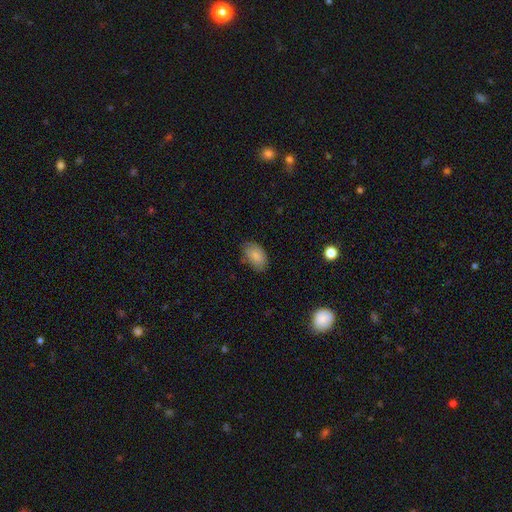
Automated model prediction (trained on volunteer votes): The model was most divided on "merging": none: 72%, minor disturbance: 22%, major disturbance: 4%, merger: 1%. More confident: how rounded — in between (91%); smooth or featured — smooth (83%).